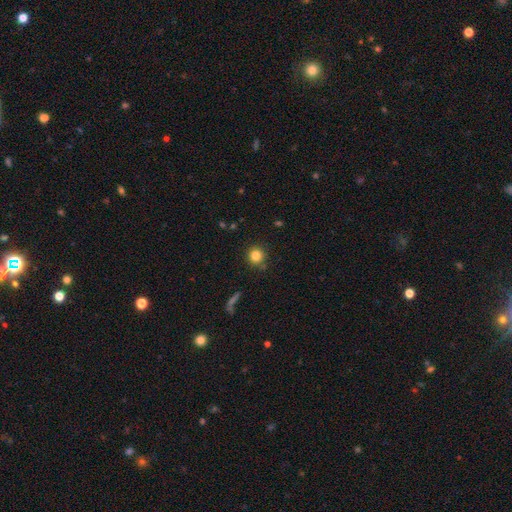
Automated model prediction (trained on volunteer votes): A smooth galaxy with no disk features (82%) that is round (92%). Merging: none (87%).